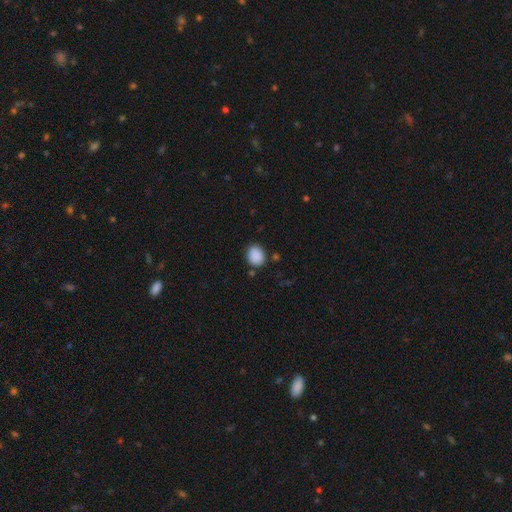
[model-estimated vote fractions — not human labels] smooth 89%, star or artifact 8%, featured or disk 3%. Down the decision tree: how rounded — round (57%); merging — none (83%).